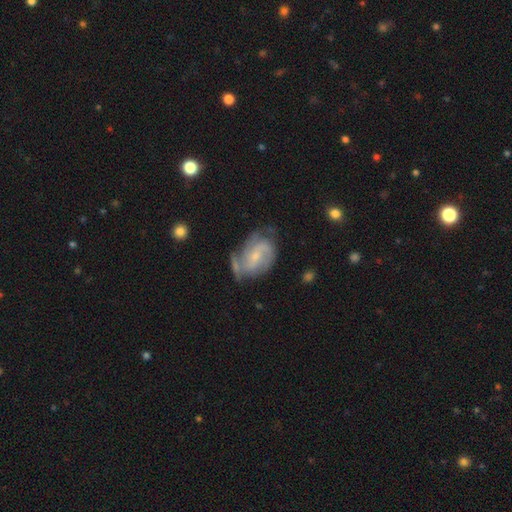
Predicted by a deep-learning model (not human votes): A featured or disk galaxy (80%) with a weak bar (46%), 2 (54%) medium (48%) spiral arms (92%) and a small central bulge (67%). Merging: none (51%).